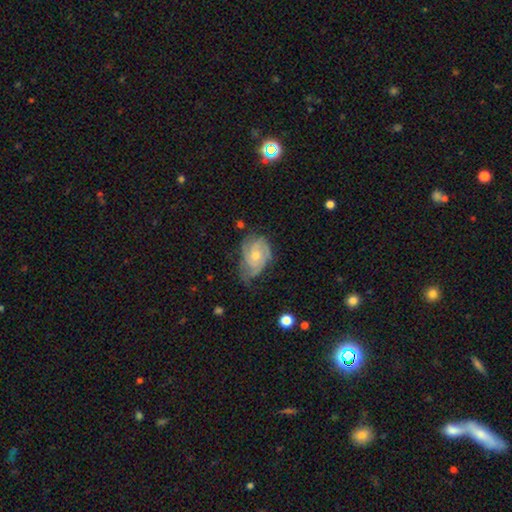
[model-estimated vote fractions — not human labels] smooth-or-featured: featured or disk: 76% | smooth: 18% | star or artifact: 6%
  disk-edge-on: no: 97% | yes: 3%
    bar: no: 73% | weak: 23% | strong: 3%
    has-spiral-arms: yes: 92% | no: 8%
      spiral-winding: tight: 54% | medium: 36% | loose: 9%
      spiral-arm-count: 2: 31% | 3: 29% | can't tell: 26% | 4: 6% | 1: 4% | more than 4: 3%
    bulge-size: moderate: 59% | small: 35% | large: 3% | none: 2% | dominant: 1%
  merging: none: 49% | minor disturbance: 34% | major disturbance: 16% | merger: 2%